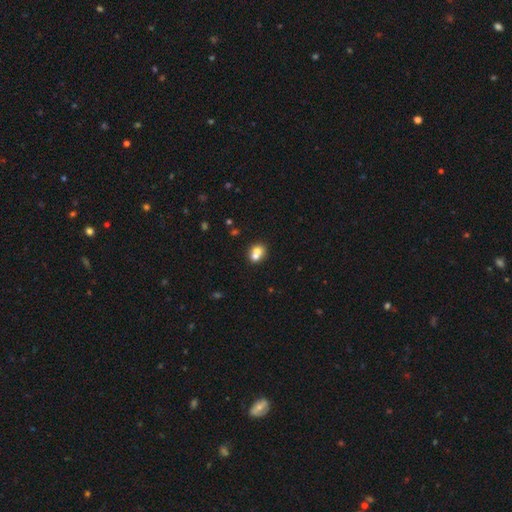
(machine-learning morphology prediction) smooth-or-featured: smooth: 69% | featured or disk: 20% | star or artifact: 11%
  how-rounded: round: 60% | in between: 39% | cigar-shaped: 1%
  merging: merger: 60% | none: 31% | minor disturbance: 7% | major disturbance: 3%